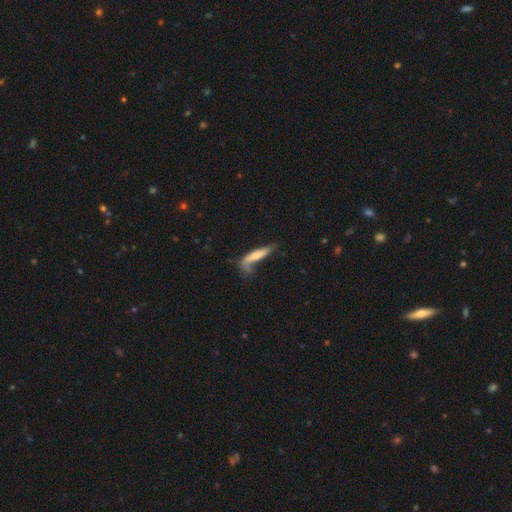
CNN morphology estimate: smooth-or-featured: smooth: 68% | featured or disk: 26% | star or artifact: 7%
  how-rounded: cigar-shaped: 83% | in between: 15% | round: 2%
  merging: none: 43% | minor disturbance: 29% | major disturbance: 18% | merger: 10%